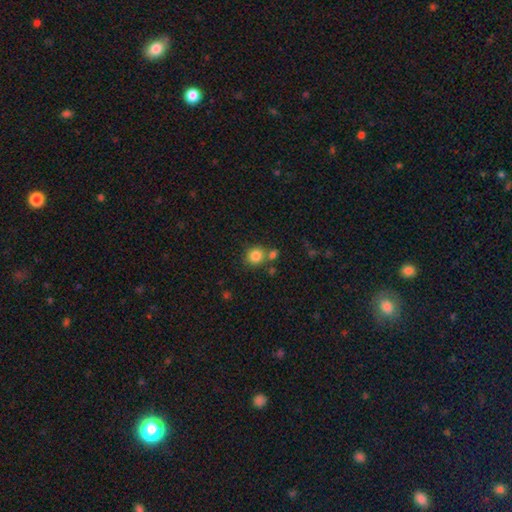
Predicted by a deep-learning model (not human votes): This is clearly a smooth galaxy (83%). How rounded: clearly round (85%). Merging: likely none (65%).